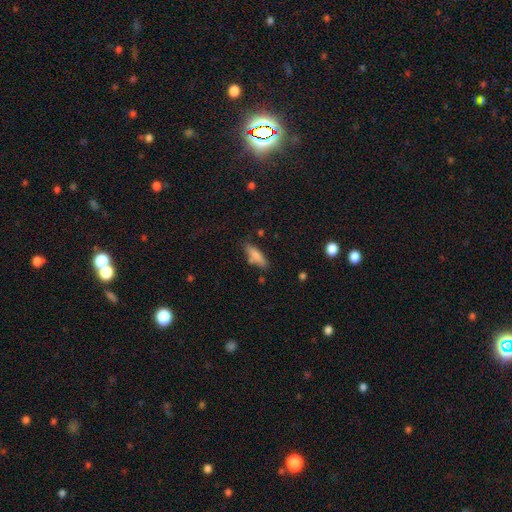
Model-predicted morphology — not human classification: Smooth or featured? Predicted: smooth (p=0.80). How rounded? Predicted: cigar-shaped (p=0.54). Merging? Predicted: none (p=0.73).